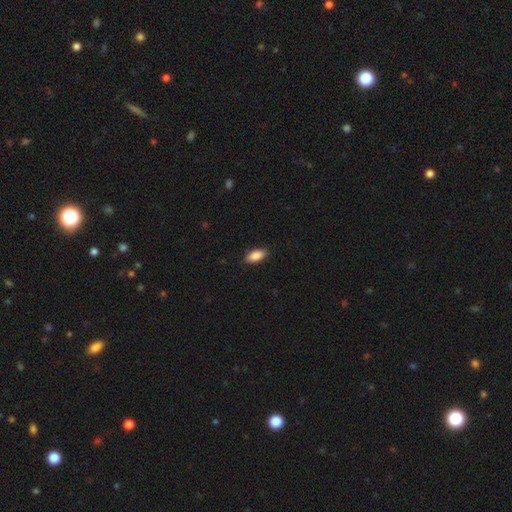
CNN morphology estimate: Smooth or featured?
  - smooth: 88% *
  - star or artifact: 7%
  - featured or disk: 5%
How rounded?
  - in between: 90% *
  - cigar-shaped: 8%
  - round: 3%
Merging?
  - none: 89% *
  - minor disturbance: 9%
  - major disturbance: 2%
  - merger: 1%